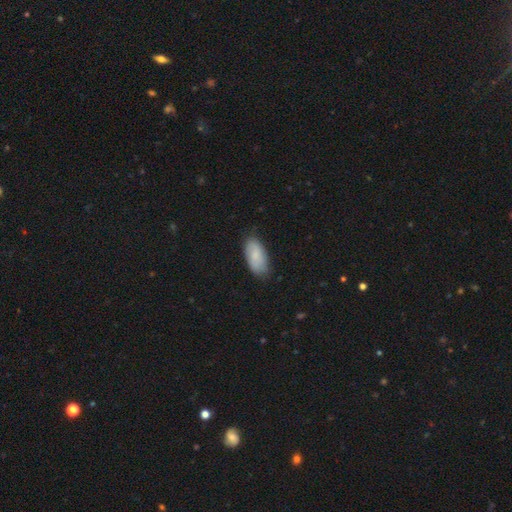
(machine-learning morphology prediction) The model was most divided on "merging": none: 79%, minor disturbance: 18%, major disturbance: 3%, merger: 1%. More confident: how rounded — in between (91%); smooth or featured — smooth (82%).